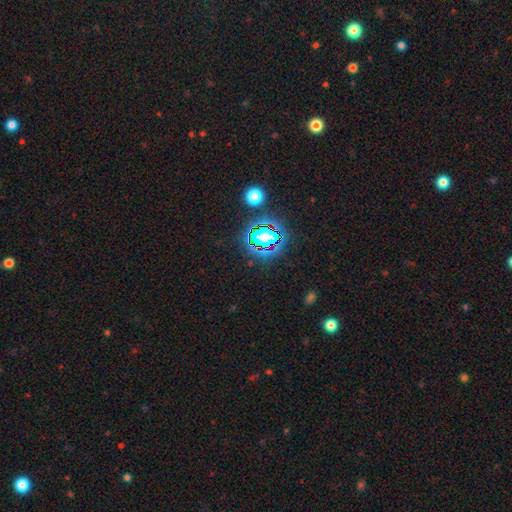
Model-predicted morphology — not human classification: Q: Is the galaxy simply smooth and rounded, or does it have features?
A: star or artifact — 81%.